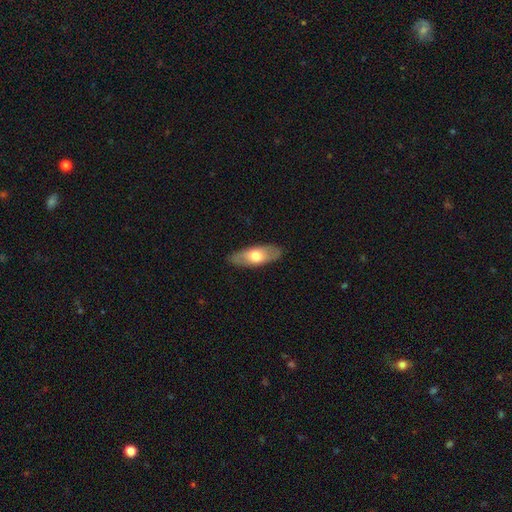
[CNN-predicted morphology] Smooth or featured? Predicted: smooth (p=0.60). How rounded? Predicted: in between (p=0.75). Merging? Predicted: none (p=0.87).